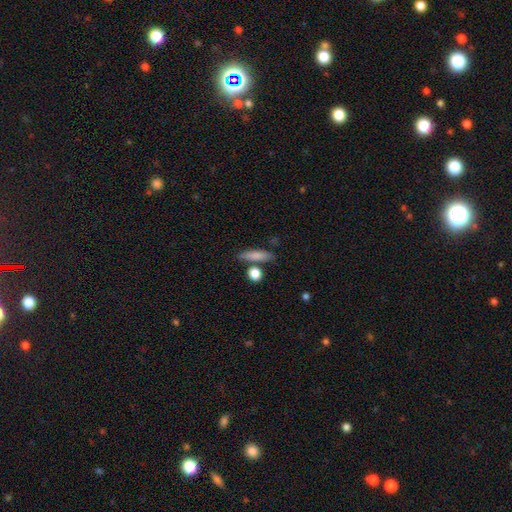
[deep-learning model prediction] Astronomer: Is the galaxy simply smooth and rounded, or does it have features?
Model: smooth — 80%.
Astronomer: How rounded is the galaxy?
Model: cigar-shaped — 61%.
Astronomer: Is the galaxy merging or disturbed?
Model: none — 74%.